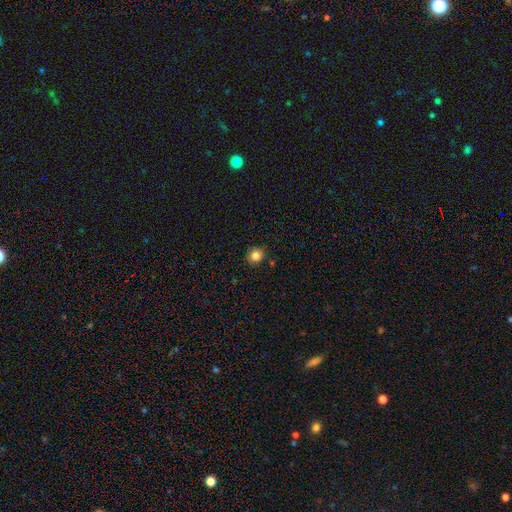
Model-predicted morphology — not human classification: Overall: smooth (84%). How rounded: round (87%). Merging: none (87%).